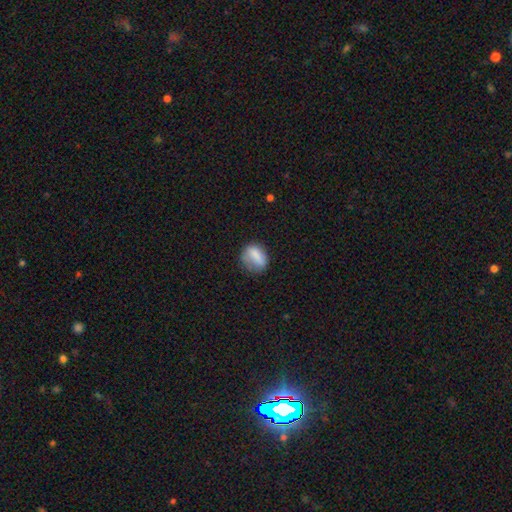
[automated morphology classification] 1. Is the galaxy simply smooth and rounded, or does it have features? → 75% smooth, 16% featured or disk, 9% star or artifact.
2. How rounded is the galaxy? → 53% in between, 43% round, 4% cigar-shaped.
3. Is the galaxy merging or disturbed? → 59% none, 27% minor disturbance, 12% major disturbance, 2% merger.